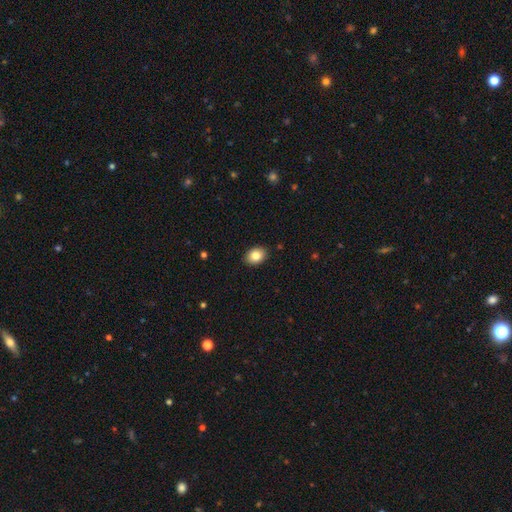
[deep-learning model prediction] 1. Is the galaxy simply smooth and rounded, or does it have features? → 84% smooth, 8% star or artifact, 8% featured or disk.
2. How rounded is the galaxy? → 71% in between, 28% round, 1% cigar-shaped.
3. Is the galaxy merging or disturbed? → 89% none, 8% minor disturbance, 2% major disturbance, 1% merger.